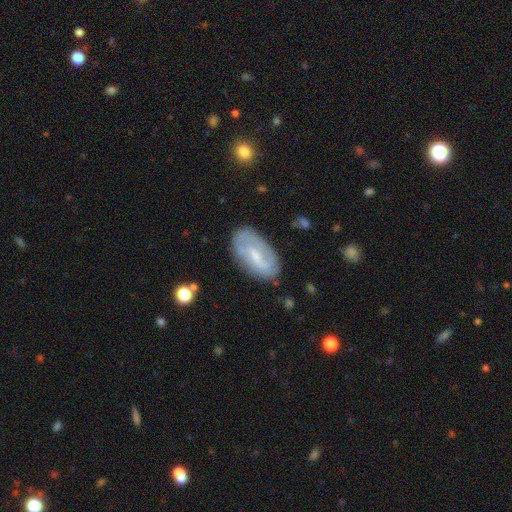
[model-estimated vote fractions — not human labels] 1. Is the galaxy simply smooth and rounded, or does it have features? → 60% featured or disk, 33% smooth, 7% star or artifact.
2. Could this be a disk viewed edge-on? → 93% no, 7% yes.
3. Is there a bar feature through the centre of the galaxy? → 50% weak, 26% no, 23% strong.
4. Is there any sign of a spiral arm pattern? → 72% yes, 28% no.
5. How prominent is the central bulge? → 60% small, 31% moderate, 6% none, 2% large, 1% dominant.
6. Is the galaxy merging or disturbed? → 75% none, 18% minor disturbance, 5% major disturbance, 2% merger.